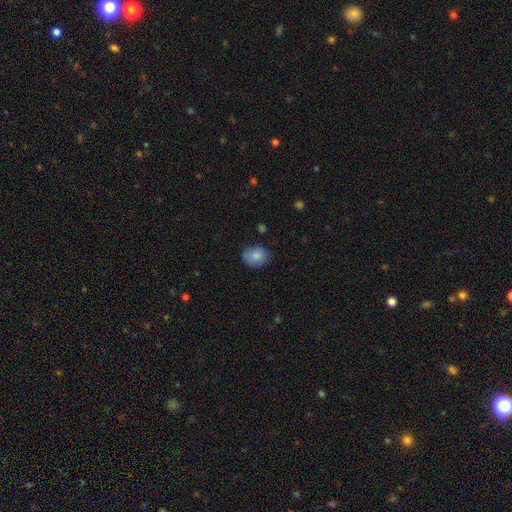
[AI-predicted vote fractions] A smooth galaxy with no disk features (84%) that is round (51%).

Vote fractions:
- Smooth or featured? smooth: 84% / featured or disk: 9% / star or artifact: 8%
- How rounded? round: 51% / in between: 48% / cigar-shaped: 1%
- Merging? none: 73% / minor disturbance: 21% / major disturbance: 4% / merger: 2%